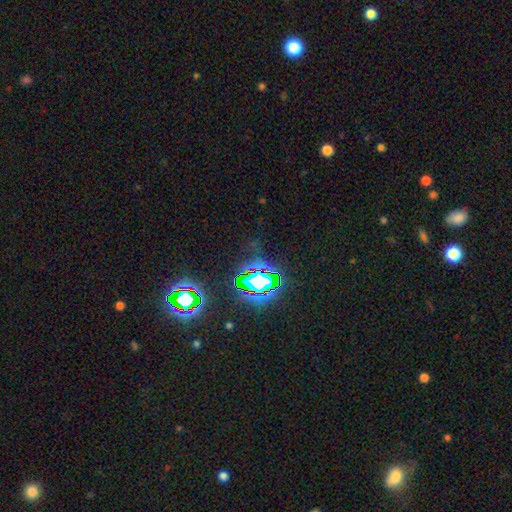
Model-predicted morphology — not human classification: smooth_or_featured: star or artifact (p=0.82) [alt: smooth p=0.10]